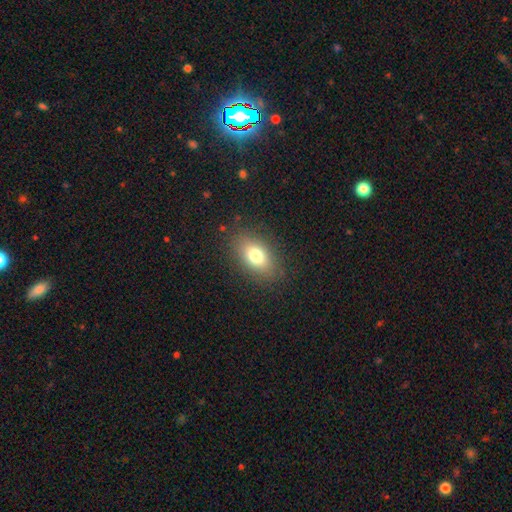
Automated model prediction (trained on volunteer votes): The model was most divided on "smooth or featured": smooth: 76%, featured or disk: 13%, star or artifact: 11%. More confident: merging — none (85%); how rounded — in between (84%).